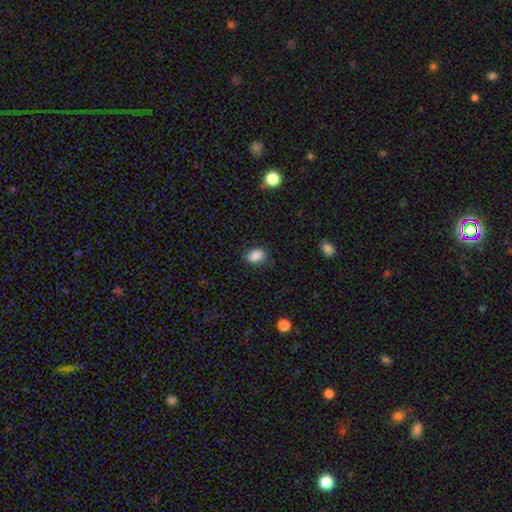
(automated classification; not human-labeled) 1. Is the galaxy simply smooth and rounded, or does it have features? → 87% smooth, 9% star or artifact, 5% featured or disk.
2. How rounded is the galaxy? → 82% in between, 17% round, 1% cigar-shaped.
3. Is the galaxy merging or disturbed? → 78% none, 17% minor disturbance, 4% major disturbance, 1% merger.